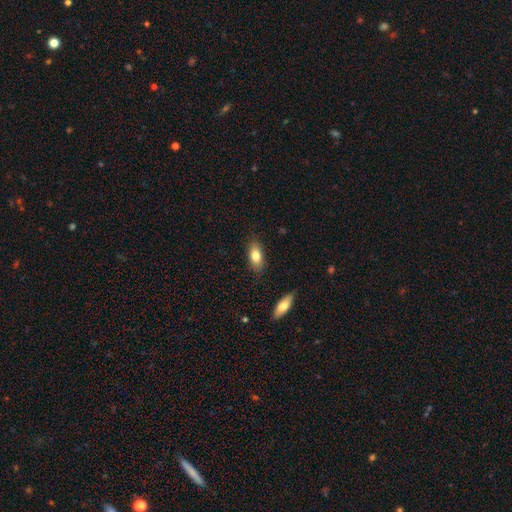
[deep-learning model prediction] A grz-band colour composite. It shows a smooth galaxy with no disk features (80%) that is in between round and cigar-shaped (86%). Merging: none (84%).